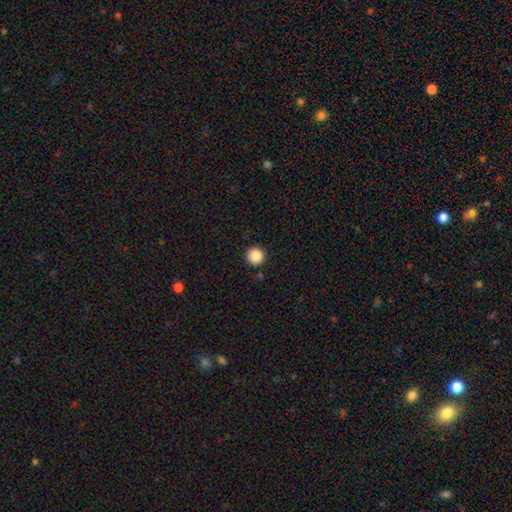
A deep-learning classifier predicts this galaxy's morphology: The model was most divided on "smooth or featured": smooth: 88%, star or artifact: 9%, featured or disk: 3%. More confident: how rounded — round (96%); merging — none (91%).